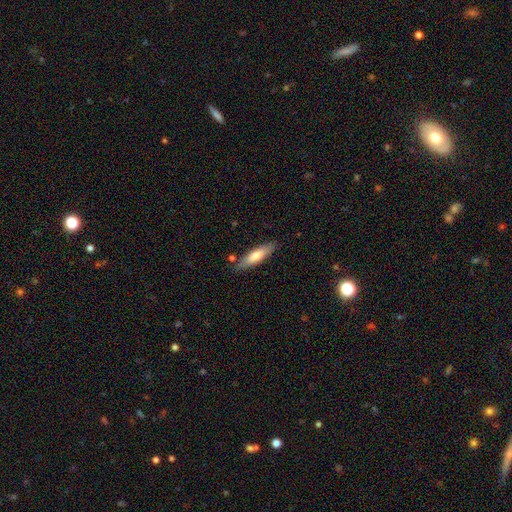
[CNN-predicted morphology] smooth_or_featured: smooth (p=0.68) [alt: featured or disk p=0.26]
how_rounded: cigar-shaped (p=0.63) [alt: in between p=0.35]
merging: none (p=0.80) [alt: minor disturbance p=0.14]